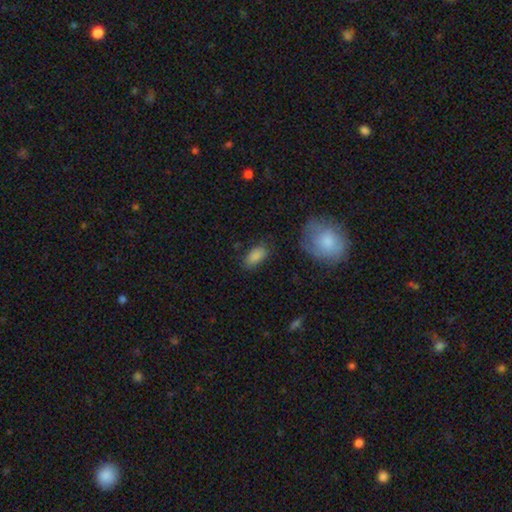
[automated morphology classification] smooth_or_featured: smooth (p=0.87) [alt: star or artifact p=0.08]
how_rounded: in between (p=0.92) [alt: cigar-shaped p=0.04]
merging: none (p=0.77) [alt: minor disturbance p=0.16]